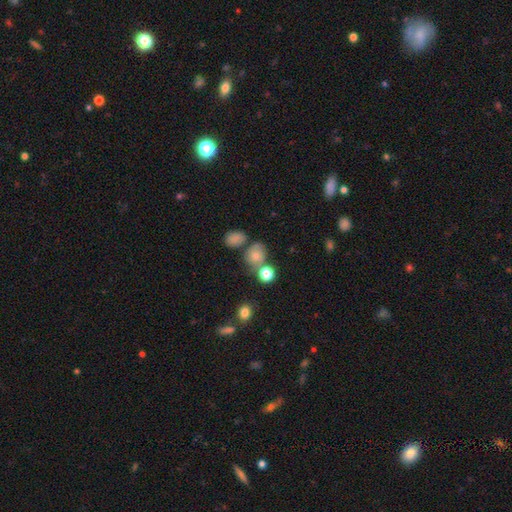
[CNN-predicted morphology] smooth 72%, star or artifact 15%, featured or disk 13%. Down the decision tree: how rounded — round (67%); merging — none (54%).